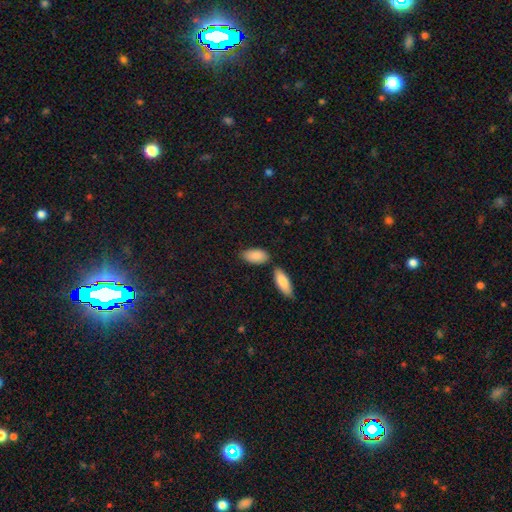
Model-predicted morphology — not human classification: This is clearly a smooth galaxy (88%). How rounded: clearly in between (91%). Merging: likely none (69%).